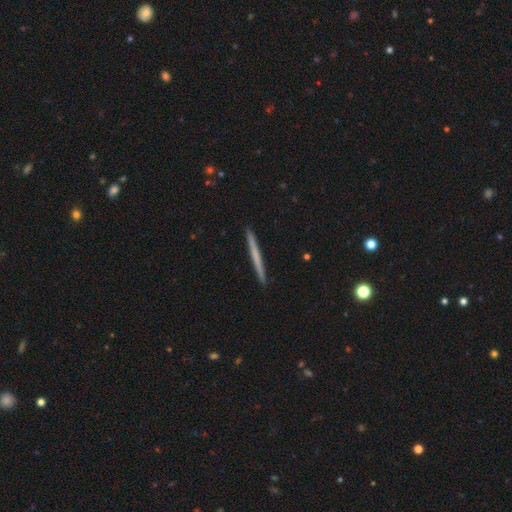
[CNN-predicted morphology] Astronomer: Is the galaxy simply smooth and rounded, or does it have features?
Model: smooth — 52% (runner-up: featured or disk, 43%).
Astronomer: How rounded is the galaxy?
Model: cigar-shaped — 97%.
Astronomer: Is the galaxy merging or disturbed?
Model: none — 93%.